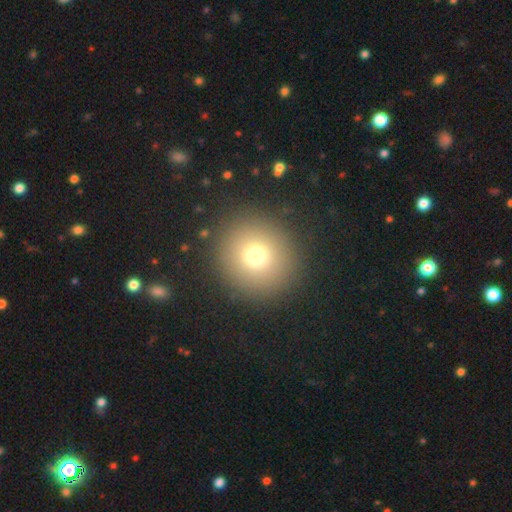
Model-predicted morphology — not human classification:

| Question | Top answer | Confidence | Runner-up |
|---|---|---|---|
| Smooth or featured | smooth | 74% | star or artifact (16%) |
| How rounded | round | 94% | in between (5%) |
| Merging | none | 89% | minor disturbance (6%) |